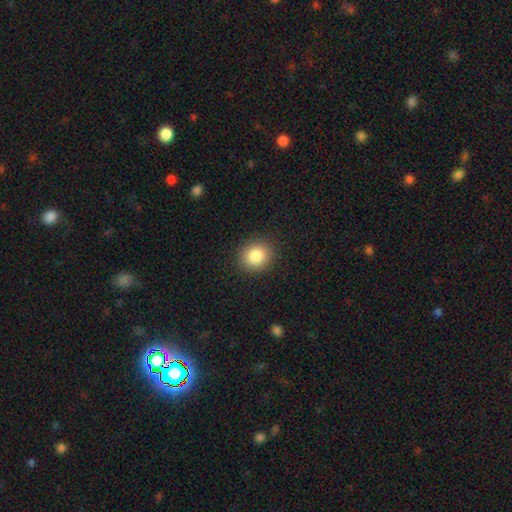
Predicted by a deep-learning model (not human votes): This appears to be a smooth galaxy with no disk features (85%) that is round (76%). Merging: none (90%).